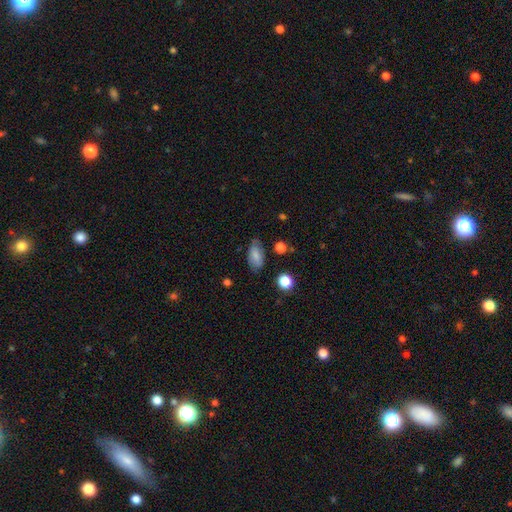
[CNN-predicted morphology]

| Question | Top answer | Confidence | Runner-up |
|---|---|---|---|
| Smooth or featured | smooth | 77% | featured or disk (15%) |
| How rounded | in between | 90% | cigar-shaped (5%) |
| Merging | none | 76% | minor disturbance (18%) |